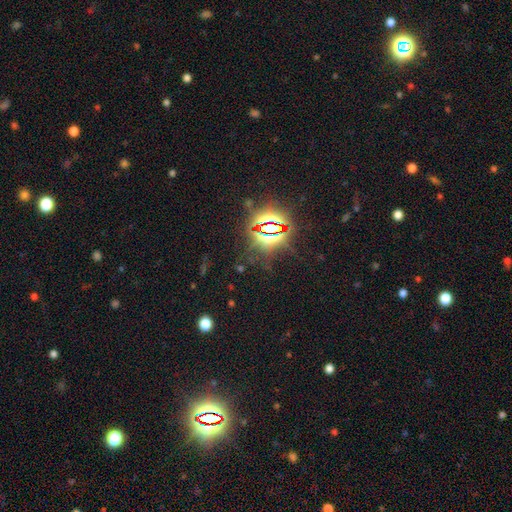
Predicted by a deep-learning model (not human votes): Q: Smooth or featured?
A: star or artifact (86%); runner-up: smooth (8%)